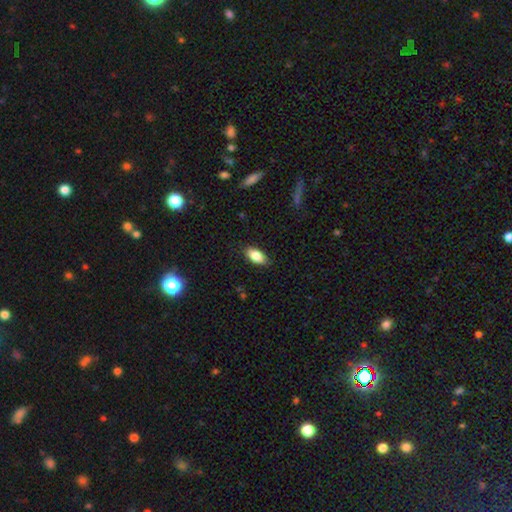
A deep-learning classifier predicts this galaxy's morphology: smooth-or-featured: smooth: 84% | featured or disk: 8% | star or artifact: 7%
  how-rounded: in between: 91% | cigar-shaped: 5% | round: 4%
  merging: none: 84% | minor disturbance: 12% | major disturbance: 3% | merger: 1%